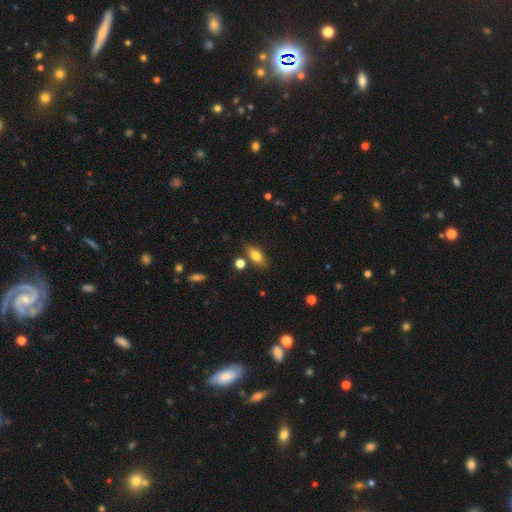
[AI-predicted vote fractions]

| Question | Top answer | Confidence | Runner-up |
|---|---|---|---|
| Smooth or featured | smooth | 79% | featured or disk (12%) |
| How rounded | in between | 85% | cigar-shaped (8%) |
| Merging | none | 78% | minor disturbance (12%) |